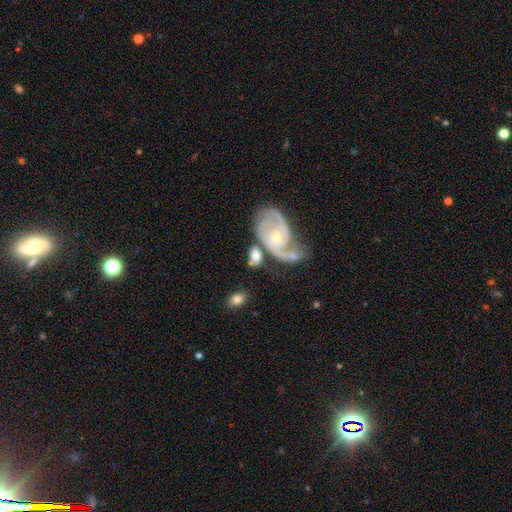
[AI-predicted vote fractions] smooth_or_featured: featured or disk (p=0.57) [alt: smooth p=0.36]
disk_edge_on: no (p=0.95) [alt: yes p=0.05]
bar: no (p=0.65) [alt: weak p=0.28]
has_spiral_arms: yes (p=0.84) [alt: no p=0.16]
bulge_size: small (p=0.55) [alt: moderate p=0.35]
merging: none (p=0.36) [alt: merger p=0.32]